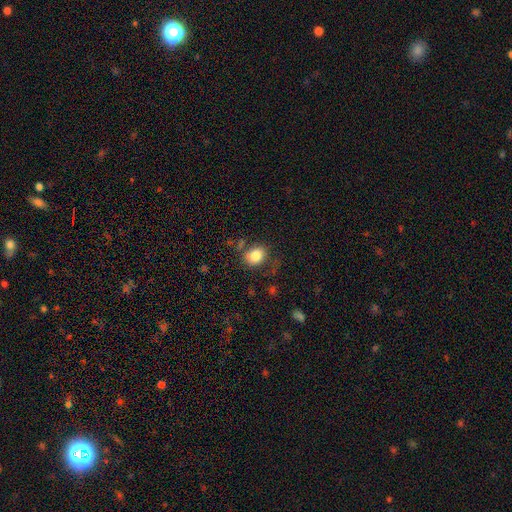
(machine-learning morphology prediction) Smooth or featured?
  - smooth: 81% *
  - featured or disk: 10%
  - star or artifact: 9%
How rounded?
  - in between: 54% *
  - round: 45%
  - cigar-shaped: 1%
Merging?
  - none: 64% *
  - minor disturbance: 20%
  - major disturbance: 10%
  - merger: 7%